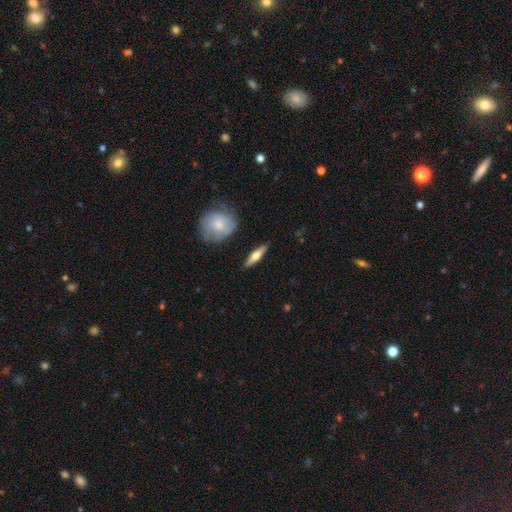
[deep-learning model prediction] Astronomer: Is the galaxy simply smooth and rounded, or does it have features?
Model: featured or disk — 49% (runner-up: smooth, 45%).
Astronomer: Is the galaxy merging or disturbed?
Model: none — 88%.